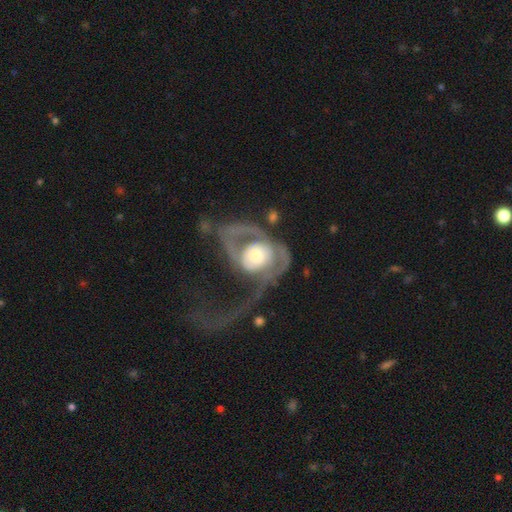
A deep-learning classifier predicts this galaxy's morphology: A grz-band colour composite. It shows a featured or disk galaxy (78%) with no bar (72%), 2 (48%) loose (42%) spiral arms (75%) and a moderate central bulge (47%). Merging: major disturbance (67%).